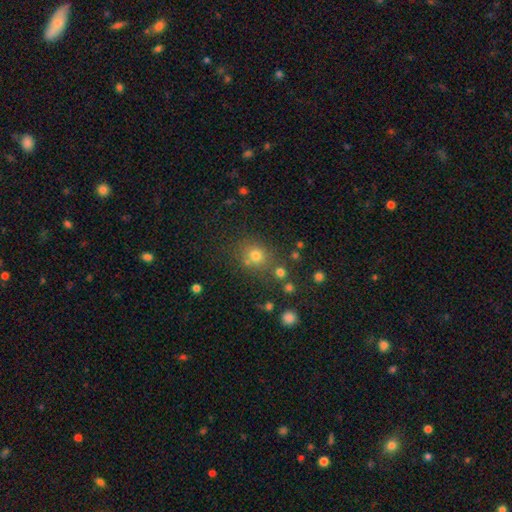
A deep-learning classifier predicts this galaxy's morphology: Smooth or featured: smooth — 72% (star or artifact — 19%)
How rounded: round — 81% (in between — 18%)
Merging: none — 73% (merger — 11%)